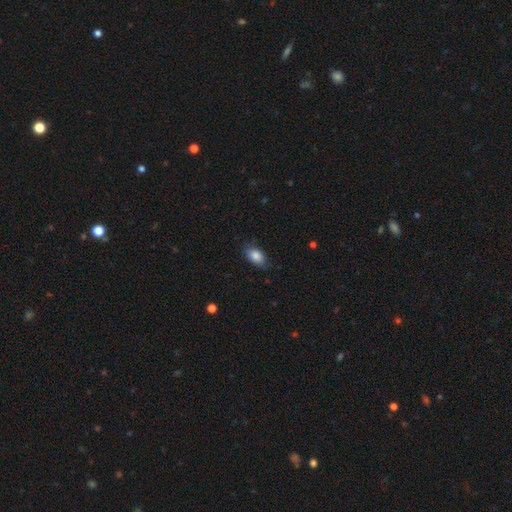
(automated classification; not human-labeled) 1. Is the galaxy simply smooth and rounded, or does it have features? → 84% smooth, 9% featured or disk, 7% star or artifact.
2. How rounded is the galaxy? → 90% in between, 7% round, 3% cigar-shaped.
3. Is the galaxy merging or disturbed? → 77% none, 18% minor disturbance, 4% major disturbance, 1% merger.